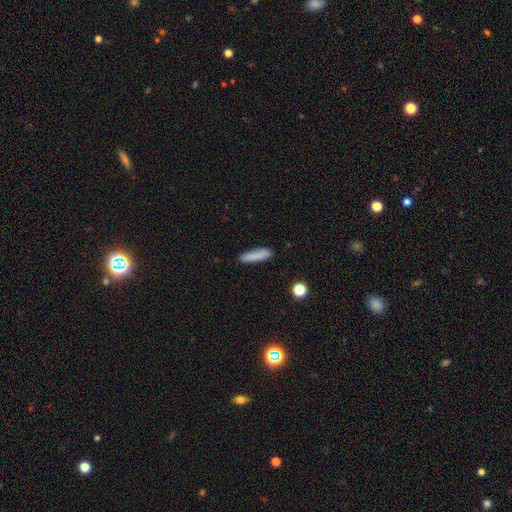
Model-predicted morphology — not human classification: The model was most divided on "how rounded": cigar-shaped: 77%, in between: 21%, round: 2%. More confident: merging — none (81%); smooth or featured — smooth (80%).